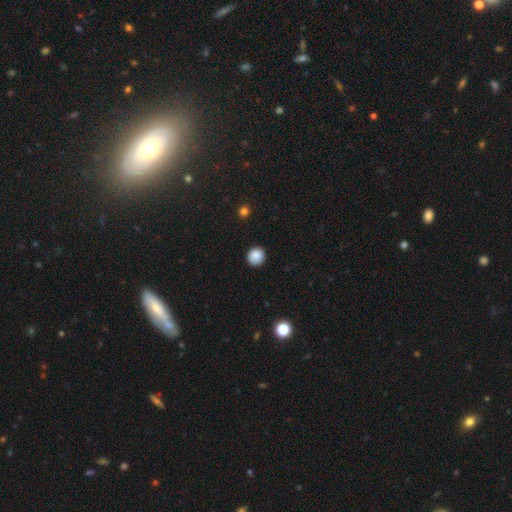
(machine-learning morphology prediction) smooth 88%, star or artifact 9%, featured or disk 3%. Down the decision tree: how rounded — round (90%); merging — none (89%).